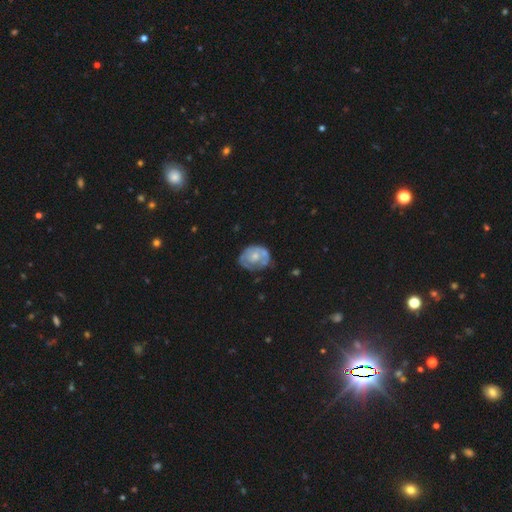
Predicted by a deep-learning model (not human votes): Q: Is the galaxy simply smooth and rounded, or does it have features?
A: featured or disk — 58%.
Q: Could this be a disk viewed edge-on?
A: no — 97%.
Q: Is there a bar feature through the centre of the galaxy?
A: no — 83%.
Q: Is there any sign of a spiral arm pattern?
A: no — 51%.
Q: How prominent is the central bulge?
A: small — 52%.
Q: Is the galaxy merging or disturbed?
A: none — 47%.